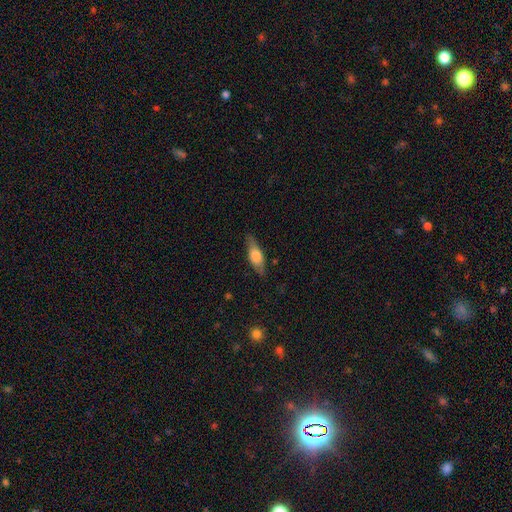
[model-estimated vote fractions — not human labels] The model was most divided on "smooth or featured": smooth: 53%, featured or disk: 40%, star or artifact: 6%. More confident: merging — none (79%); how rounded — in between (58%).